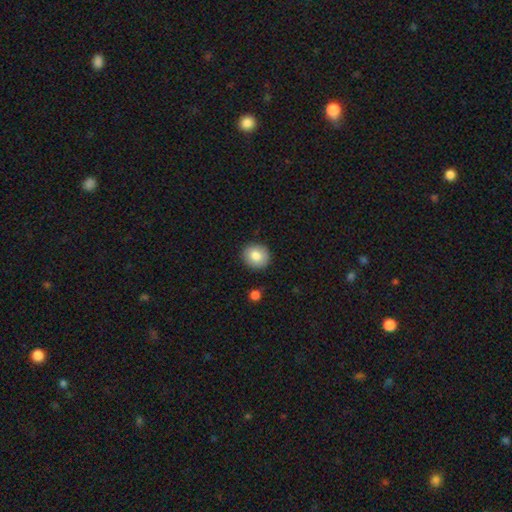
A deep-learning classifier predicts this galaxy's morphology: A smooth galaxy with no disk features (81%) that is round (85%).

Vote fractions:
- Smooth or featured? smooth: 81% / featured or disk: 11% / star or artifact: 8%
- How rounded? round: 85% / in between: 15% / cigar-shaped: 1%
- Merging? none: 89% / minor disturbance: 8% / major disturbance: 2% / merger: 2%